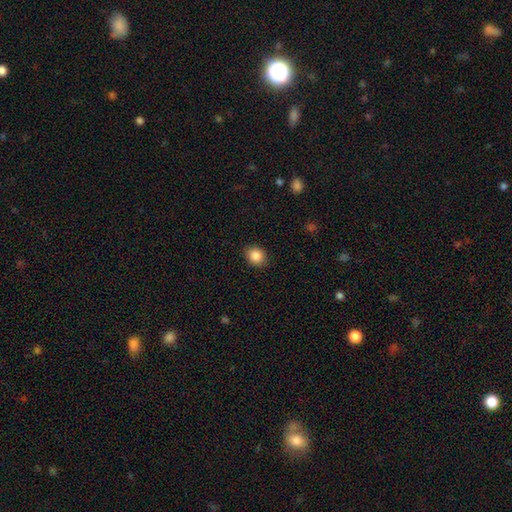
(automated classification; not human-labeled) Q: Smooth or featured?
A: smooth (87%); runner-up: star or artifact (9%)
Q: How rounded?
A: round (63%); runner-up: in between (37%)
Q: Merging?
A: none (88%); runner-up: minor disturbance (9%)